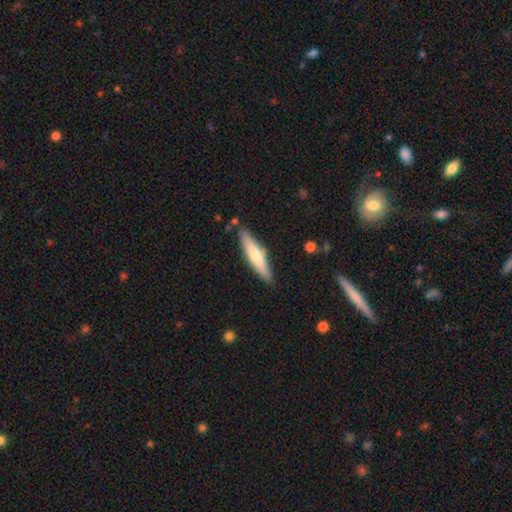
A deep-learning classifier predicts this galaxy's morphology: This is likely a smooth galaxy (66%). How rounded: clearly cigar-shaped (83%). Merging: clearly none (84%).